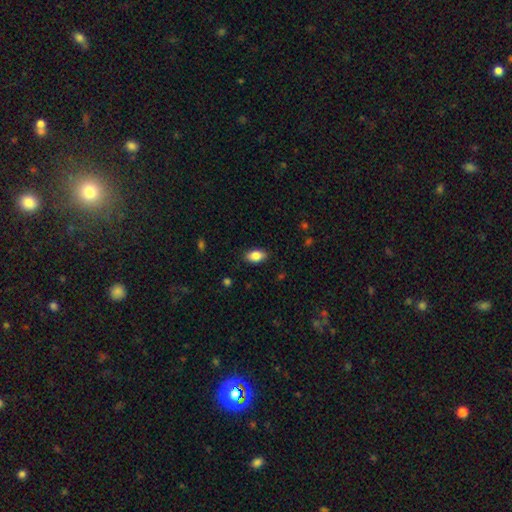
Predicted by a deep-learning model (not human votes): smooth-or-featured: smooth: 85% | star or artifact: 7% | featured or disk: 7%
  how-rounded: in between: 91% | round: 6% | cigar-shaped: 3%
  merging: none: 86% | minor disturbance: 10% | major disturbance: 2% | merger: 1%